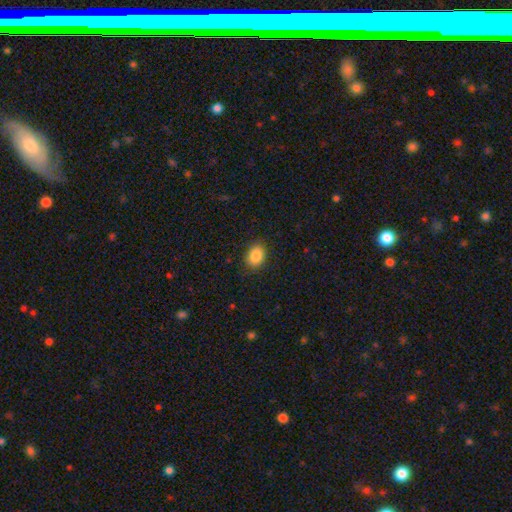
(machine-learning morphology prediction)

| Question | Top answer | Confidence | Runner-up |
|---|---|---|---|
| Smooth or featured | smooth | 87% | star or artifact (8%) |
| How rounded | in between | 70% | round (29%) |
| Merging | none | 84% | minor disturbance (12%) |